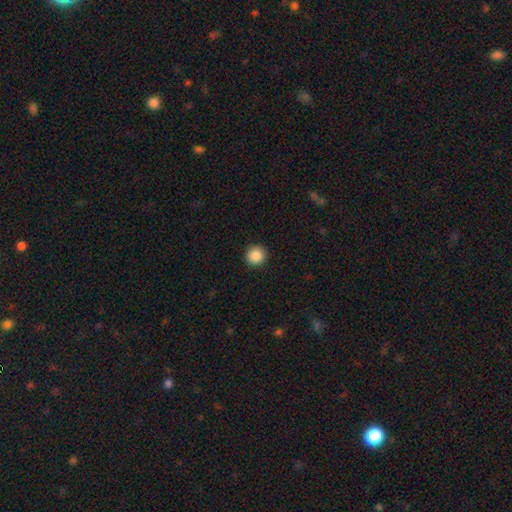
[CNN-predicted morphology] smooth-or-featured: smooth: 88% | star or artifact: 9% | featured or disk: 3%
  how-rounded: round: 95% | in between: 4% | cigar-shaped: 1%
  merging: none: 93% | minor disturbance: 5% | major disturbance: 2% | merger: 1%